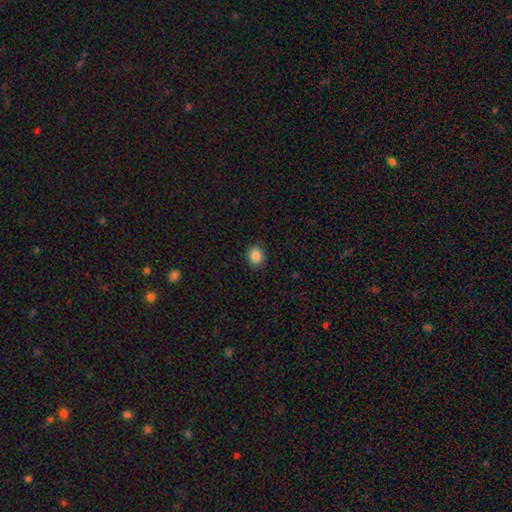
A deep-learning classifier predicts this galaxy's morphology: Smooth or featured: smooth — 87% (star or artifact — 10%)
How rounded: round — 73% (in between — 26%)
Merging: none — 90% (minor disturbance — 7%)